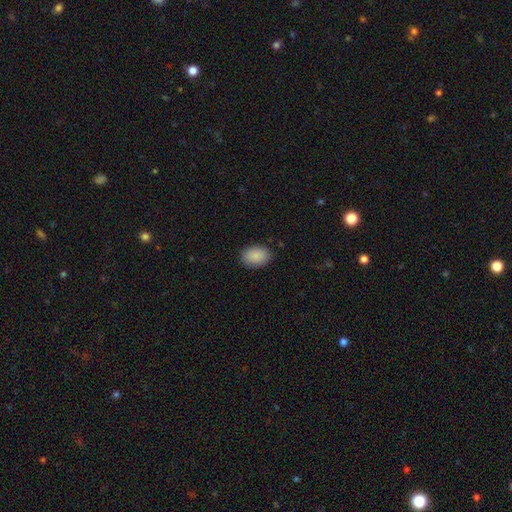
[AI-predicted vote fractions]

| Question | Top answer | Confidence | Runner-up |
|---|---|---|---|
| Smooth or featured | smooth | 89% | star or artifact (7%) |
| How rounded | in between | 81% | round (18%) |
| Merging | none | 86% | minor disturbance (11%) |